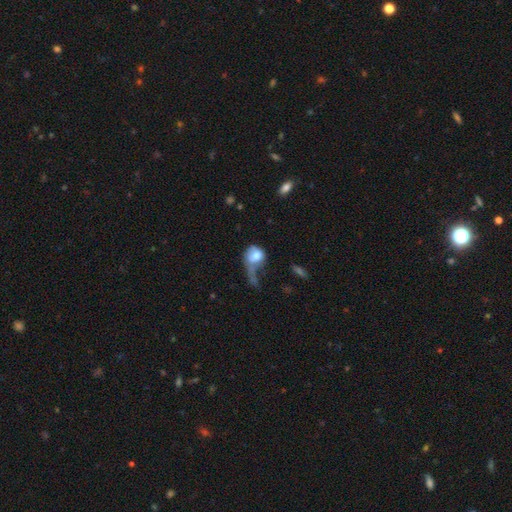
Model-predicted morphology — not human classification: Q: Smooth or featured?
A: smooth (70%); runner-up: featured or disk (22%)
Q: How rounded?
A: round (60%); runner-up: in between (38%)
Q: Merging?
A: major disturbance (53%); runner-up: none (18%)